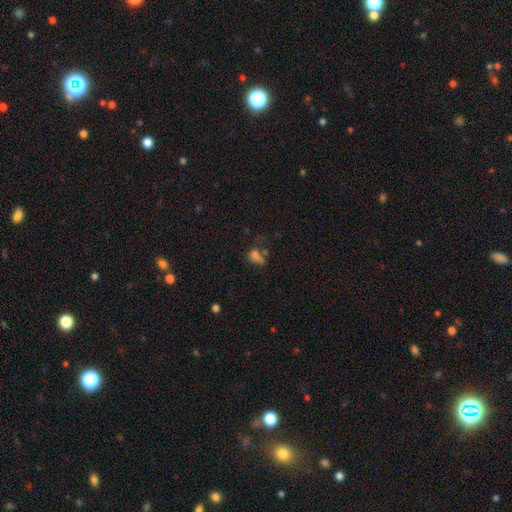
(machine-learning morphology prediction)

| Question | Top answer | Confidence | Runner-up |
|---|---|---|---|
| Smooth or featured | smooth | 62% | star or artifact (21%) |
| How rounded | in between | 71% | round (22%) |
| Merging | merger | 29% | none (28%) |